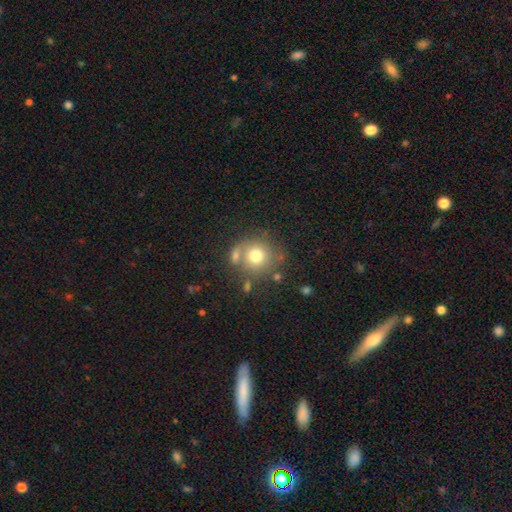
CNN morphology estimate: A smooth galaxy with no disk features (72%) that is round (89%). Merging: none (63%).